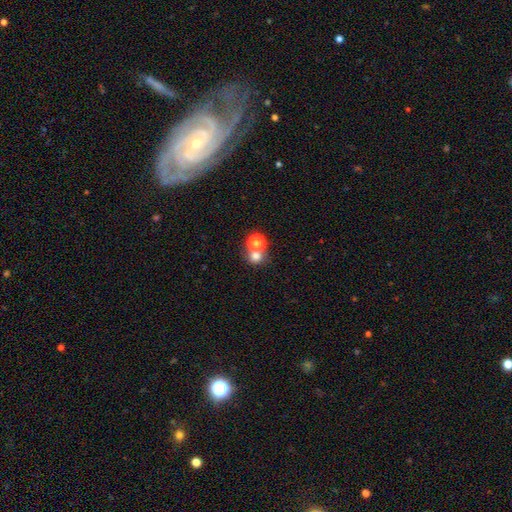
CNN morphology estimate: A smooth galaxy with no disk features (73%) that is round (83%). Merging: none (50%).